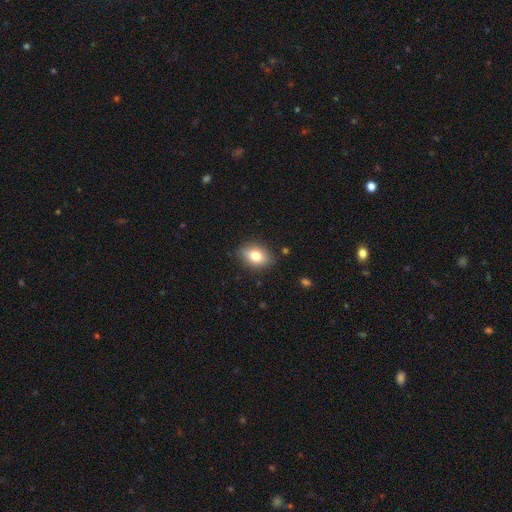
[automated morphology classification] Smooth or featured?
  - smooth: 77% *
  - featured or disk: 14%
  - star or artifact: 9%
How rounded?
  - in between: 74% *
  - round: 24%
  - cigar-shaped: 2%
Merging?
  - none: 83% *
  - minor disturbance: 13%
  - major disturbance: 3%
  - merger: 1%